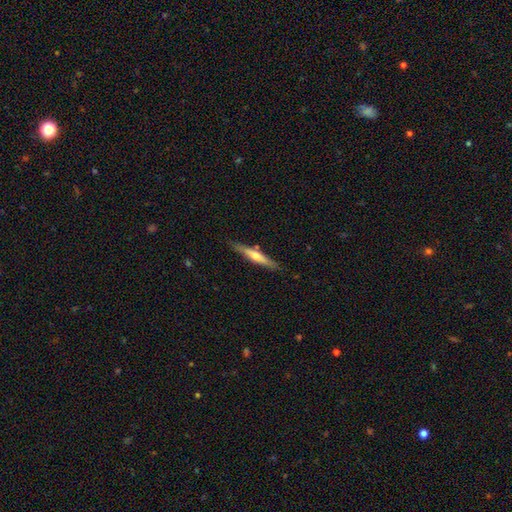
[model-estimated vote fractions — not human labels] featured or disk 56%, smooth 39%, star or artifact 6%. Down the decision tree: edge-on disk — yes (95%); edge-on bulge — rounded (79%); merging — none (83%).